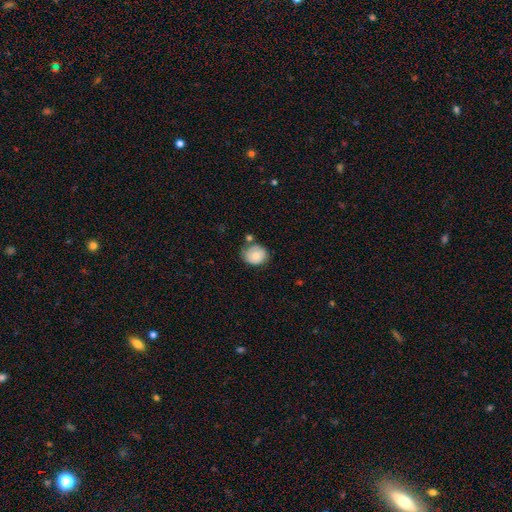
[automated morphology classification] A smooth galaxy with no disk features (73%) that is round (70%). Merging: none (64%).